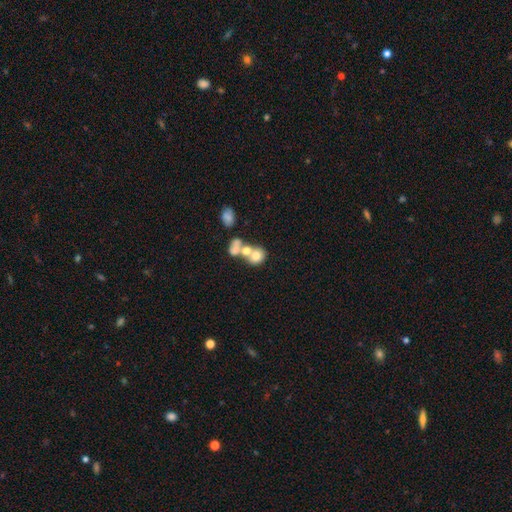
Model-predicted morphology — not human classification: type=smooth (65%); roundness=round (63%); merging=merger (63%).